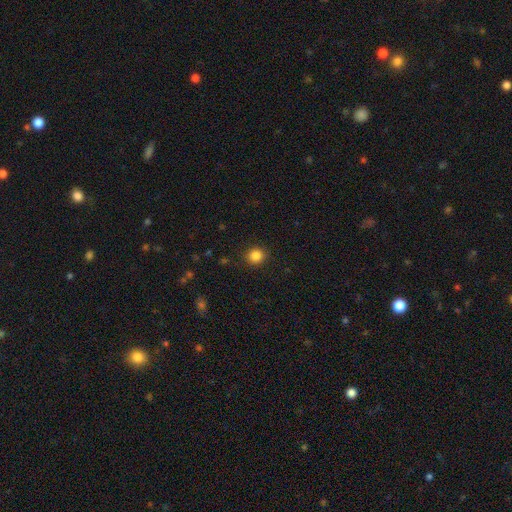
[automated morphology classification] type=smooth (85%); roundness=round (87%); merging=none (90%).